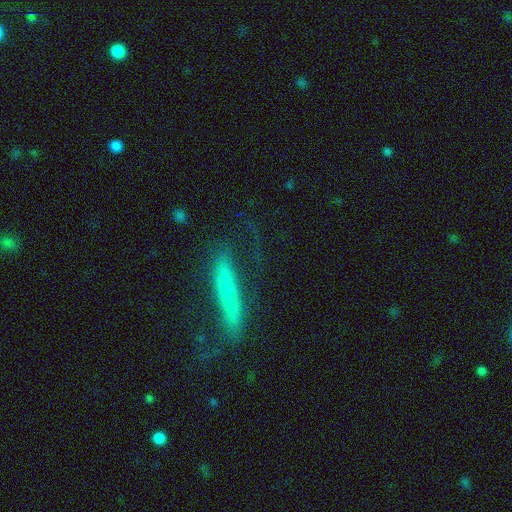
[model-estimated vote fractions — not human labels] smooth_or_featured: smooth (p=0.45) [alt: featured or disk p=0.41]
merging: none (p=0.56) [alt: minor disturbance p=0.22]